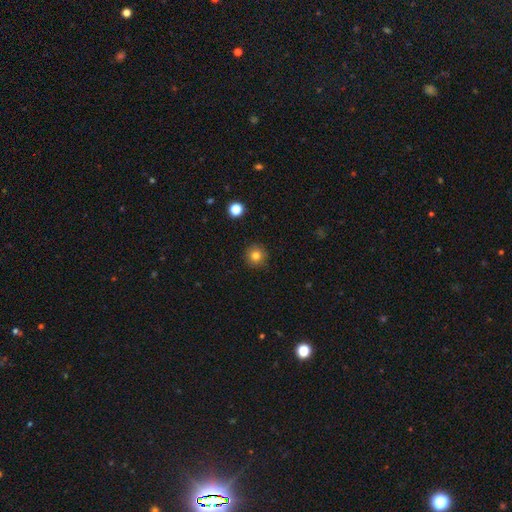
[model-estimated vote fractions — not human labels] This appears to be a smooth galaxy with no disk features (81%) that is round (94%). Merging: none (91%).